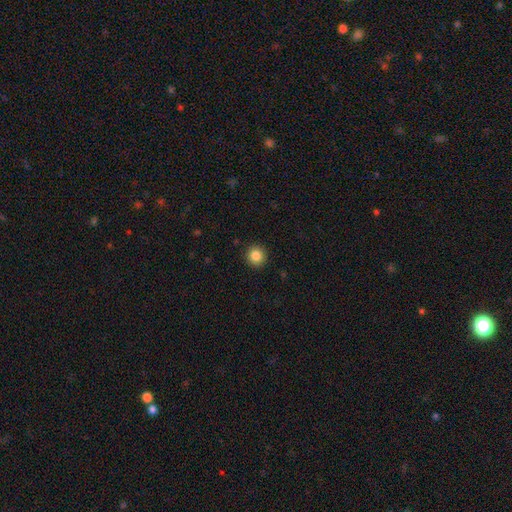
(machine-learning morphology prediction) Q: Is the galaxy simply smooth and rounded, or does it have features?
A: smooth — 85%.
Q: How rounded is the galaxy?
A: round — 92%.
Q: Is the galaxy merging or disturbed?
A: none — 92%.